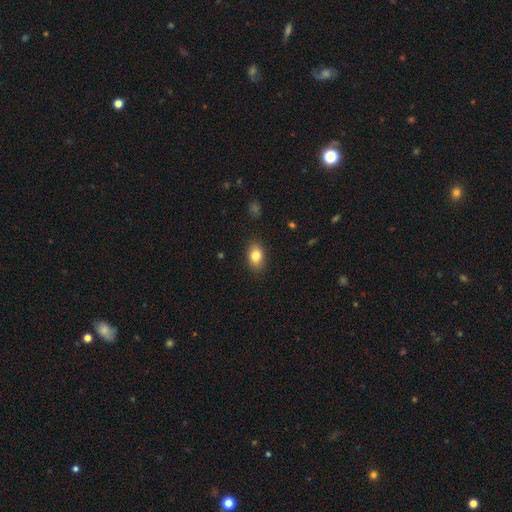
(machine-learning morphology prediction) Smooth or featured? smooth (81%)
How rounded? in between (81%)
Merging? none (87%)